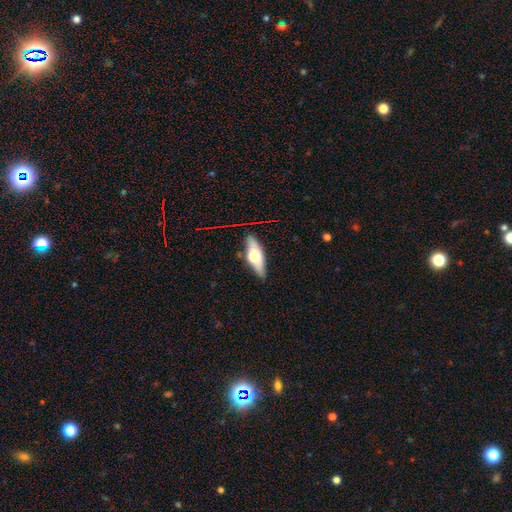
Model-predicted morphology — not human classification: Smooth or featured? Predicted: featured or disk (p=0.48). Merging? Predicted: none (p=0.81).